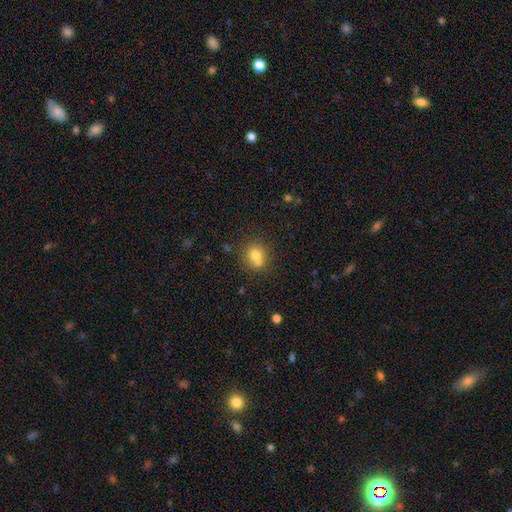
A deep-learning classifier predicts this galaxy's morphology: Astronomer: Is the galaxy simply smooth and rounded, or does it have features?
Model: smooth — 72%.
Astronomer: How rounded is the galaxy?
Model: round — 72%.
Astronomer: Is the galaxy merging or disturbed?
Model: none — 49% (runner-up: merger, 33%).